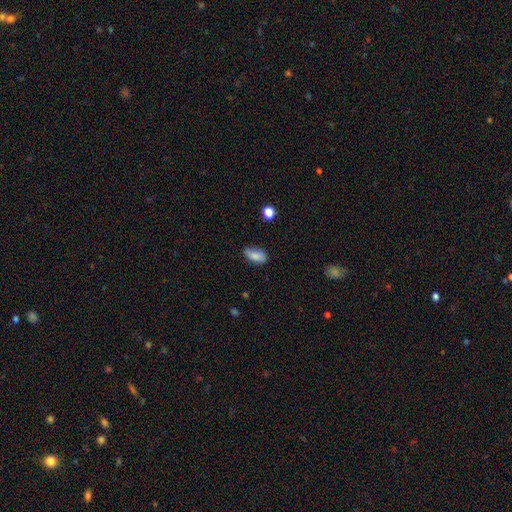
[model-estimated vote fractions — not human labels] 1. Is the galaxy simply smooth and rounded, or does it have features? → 82% smooth, 10% featured or disk, 8% star or artifact.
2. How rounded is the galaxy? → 89% in between, 7% cigar-shaped, 4% round.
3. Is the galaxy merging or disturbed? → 67% none, 26% minor disturbance, 5% major disturbance, 2% merger.